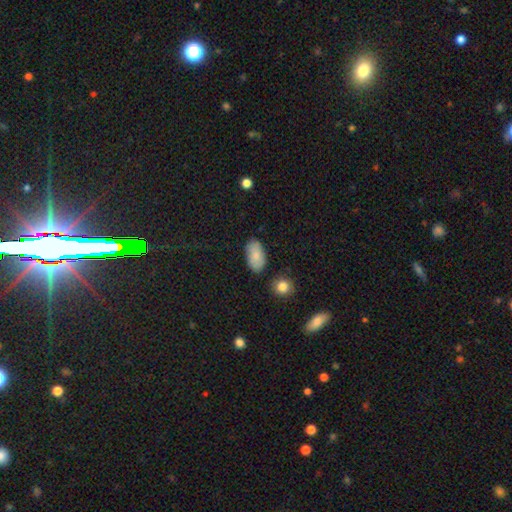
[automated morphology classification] The model was most divided on "merging": none: 78%, minor disturbance: 15%, major disturbance: 3%, merger: 3%. More confident: how rounded — in between (94%); smooth or featured — smooth (84%).